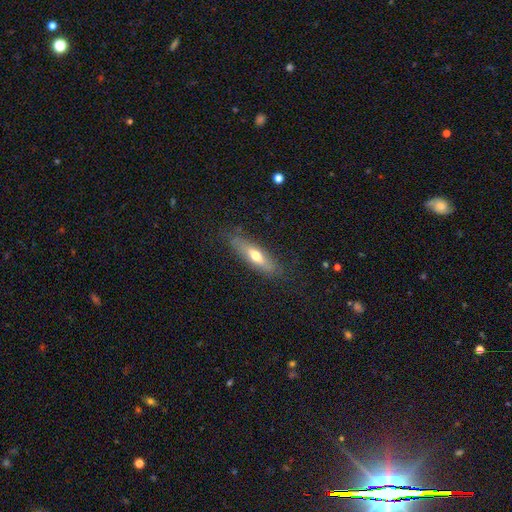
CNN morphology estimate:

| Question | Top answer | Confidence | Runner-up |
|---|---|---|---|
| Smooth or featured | smooth | 54% | featured or disk (39%) |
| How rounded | cigar-shaped | 60% | in between (37%) |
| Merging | none | 79% | minor disturbance (15%) |